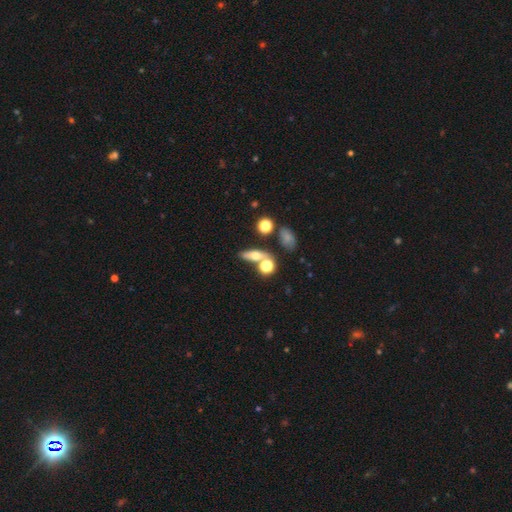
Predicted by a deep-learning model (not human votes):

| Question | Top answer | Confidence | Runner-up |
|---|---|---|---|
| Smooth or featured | smooth | 56% | featured or disk (31%) |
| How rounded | in between | 48% | cigar-shaped (33%) |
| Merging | none | 58% | merger (23%) |